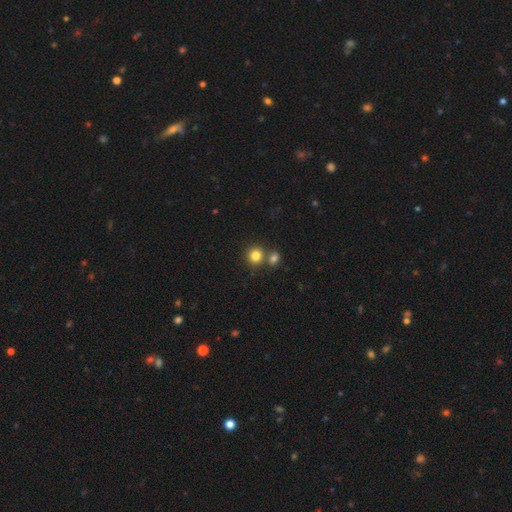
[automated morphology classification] The model was most divided on "merging": none: 64%, merger: 27%, minor disturbance: 7%, major disturbance: 2%. More confident: how rounded — round (89%); smooth or featured — smooth (82%).